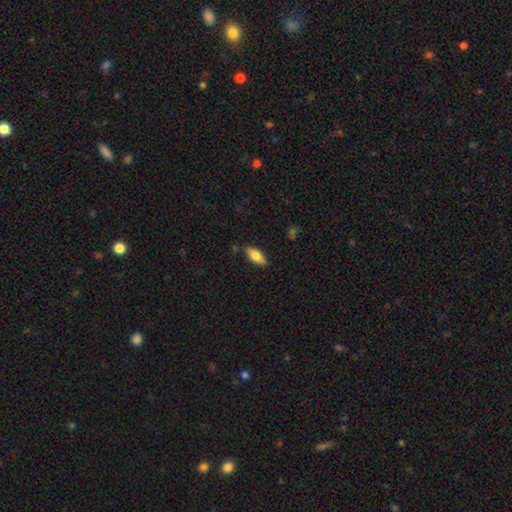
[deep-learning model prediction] A smooth galaxy with no disk features (78%) that is in between round and cigar-shaped (86%). Merging: none (83%).